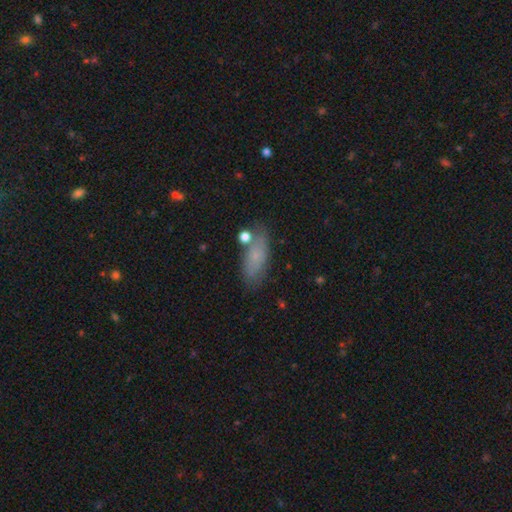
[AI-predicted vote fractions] A smooth galaxy with no disk features (73%) that is in between round and cigar-shaped (76%).

Vote fractions:
- Smooth or featured? smooth: 73% / featured or disk: 18% / star or artifact: 9%
- How rounded? in between: 76% / cigar-shaped: 20% / round: 4%
- Merging? none: 72% / minor disturbance: 17% / merger: 6% / major disturbance: 5%